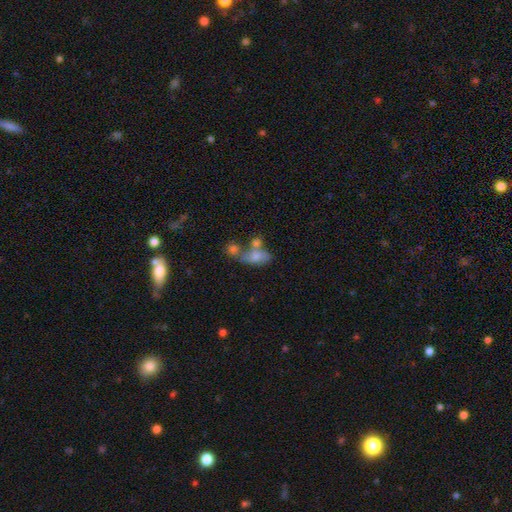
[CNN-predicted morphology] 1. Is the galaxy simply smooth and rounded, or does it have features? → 68% smooth, 22% featured or disk, 10% star or artifact.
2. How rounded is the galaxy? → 82% in between, 13% round, 6% cigar-shaped.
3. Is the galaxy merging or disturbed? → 48% merger, 27% none, 14% minor disturbance, 12% major disturbance.